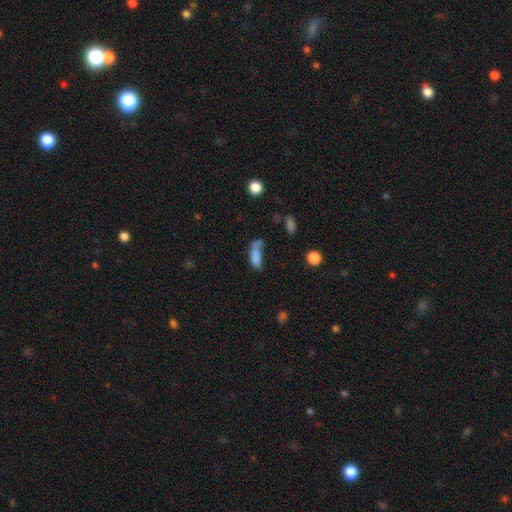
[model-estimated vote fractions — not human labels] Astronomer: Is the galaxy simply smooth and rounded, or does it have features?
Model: smooth — 75%.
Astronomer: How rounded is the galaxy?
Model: in between — 67%.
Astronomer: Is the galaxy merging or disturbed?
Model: none — 30% (runner-up: major disturbance, 27%).